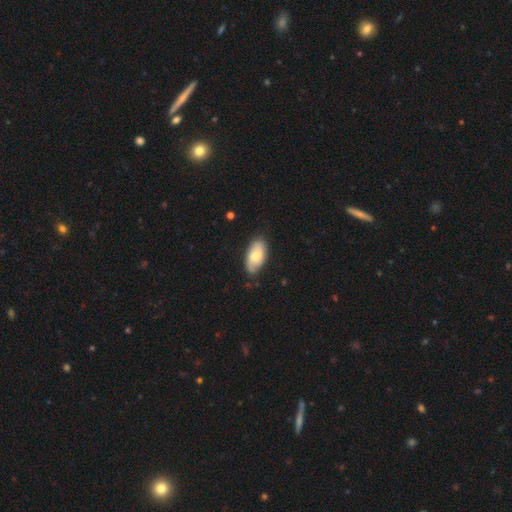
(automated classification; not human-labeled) Smooth or featured?
  - smooth: 69% *
  - featured or disk: 26%
  - star or artifact: 6%
How rounded?
  - in between: 94% *
  - cigar-shaped: 4%
  - round: 2%
Merging?
  - none: 77% *
  - minor disturbance: 18%
  - major disturbance: 3%
  - merger: 1%